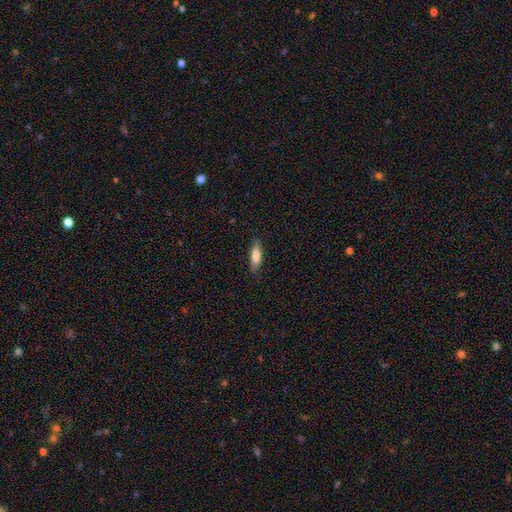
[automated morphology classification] Smooth or featured: smooth — 80% (featured or disk — 14%)
How rounded: in between — 51% (cigar-shaped — 47%)
Merging: none — 82% (minor disturbance — 14%)